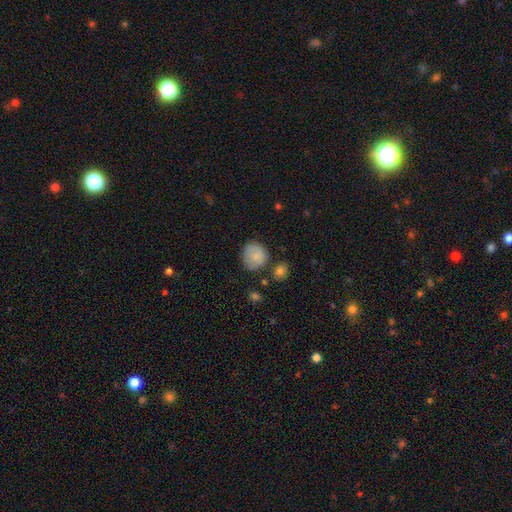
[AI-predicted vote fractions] Smooth or featured? smooth (82%)
How rounded? round (78%)
Merging? none (68%)